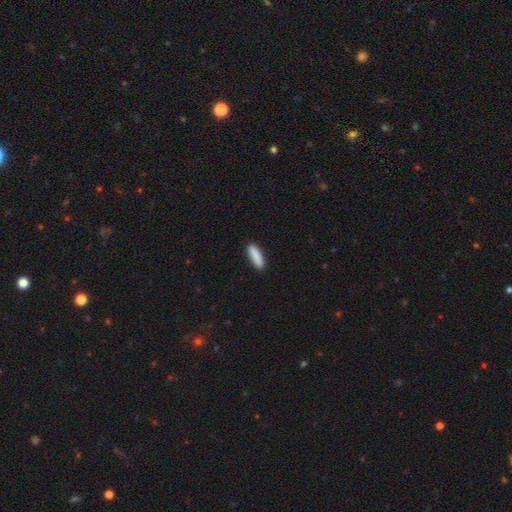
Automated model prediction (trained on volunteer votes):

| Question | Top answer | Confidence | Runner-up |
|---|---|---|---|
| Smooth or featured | smooth | 89% | star or artifact (6%) |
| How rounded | cigar-shaped | 69% | in between (30%) |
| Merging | none | 90% | minor disturbance (8%) |